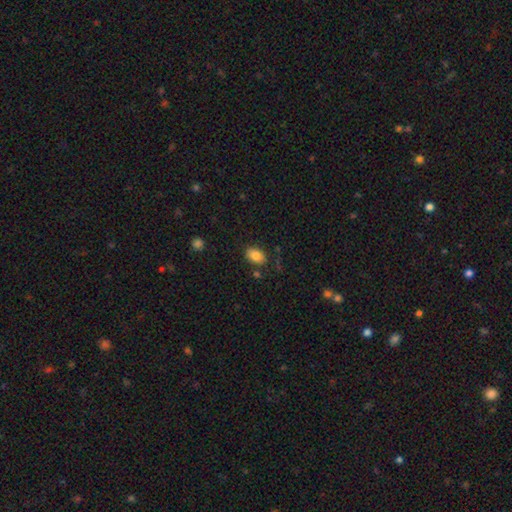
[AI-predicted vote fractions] Smooth or featured? smooth (85%)
How rounded? in between (88%)
Merging? none (78%)